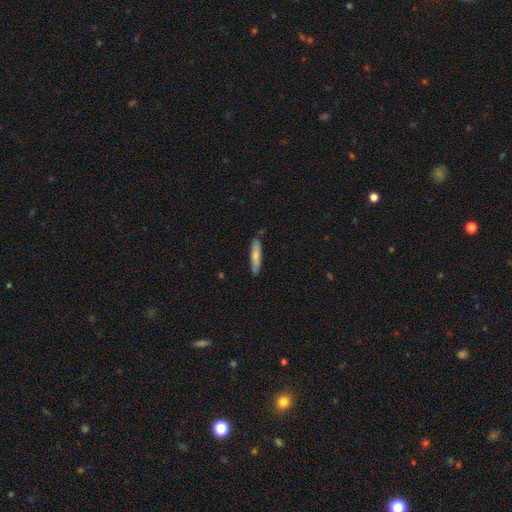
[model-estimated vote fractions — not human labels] The model was most divided on "smooth or featured": smooth: 73%, featured or disk: 22%, star or artifact: 6%. More confident: how rounded — cigar-shaped (83%); merging — none (82%).